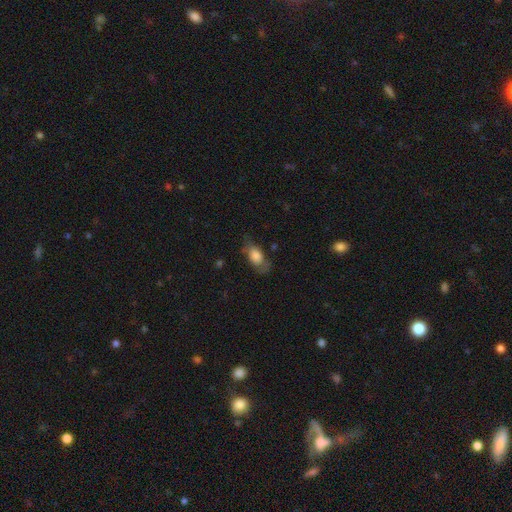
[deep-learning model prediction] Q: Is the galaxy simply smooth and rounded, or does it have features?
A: smooth — 69%.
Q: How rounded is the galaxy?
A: in between — 85%.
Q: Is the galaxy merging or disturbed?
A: none — 56%.